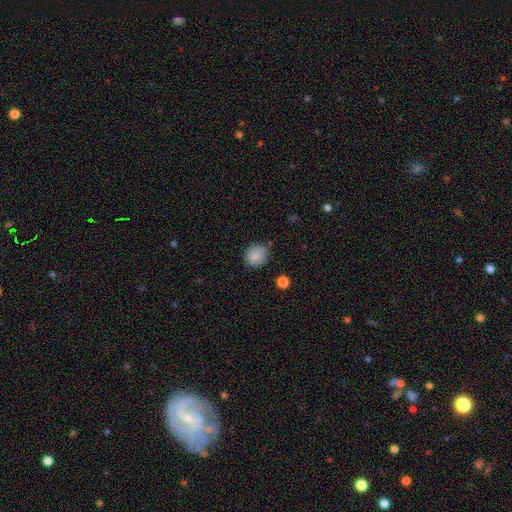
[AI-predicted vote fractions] smooth-or-featured: smooth: 86% | star or artifact: 9% | featured or disk: 5%
  how-rounded: round: 77% | in between: 22% | cigar-shaped: 1%
  merging: none: 73% | minor disturbance: 19% | major disturbance: 4% | merger: 4%